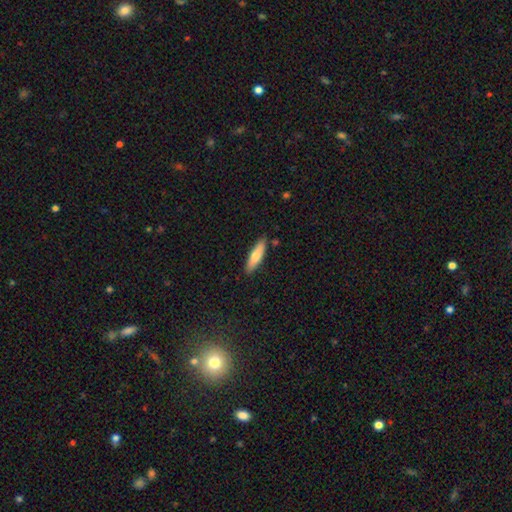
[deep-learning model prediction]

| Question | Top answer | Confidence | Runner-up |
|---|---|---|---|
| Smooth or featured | smooth | 70% | featured or disk (24%) |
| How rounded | cigar-shaped | 73% | in between (25%) |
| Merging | none | 87% | minor disturbance (10%) |